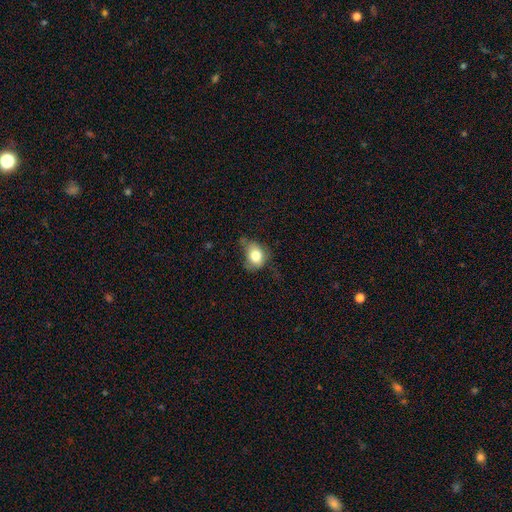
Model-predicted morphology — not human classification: Smooth or featured? smooth (77%)
How rounded? in between (53%)
Merging? none (40%)